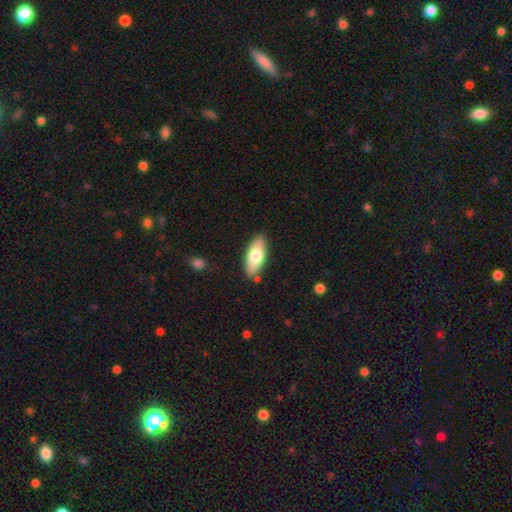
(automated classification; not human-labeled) The model was most divided on "smooth or featured": smooth: 71%, featured or disk: 23%, star or artifact: 6%. More confident: merging — none (85%); how rounded — in between (84%).